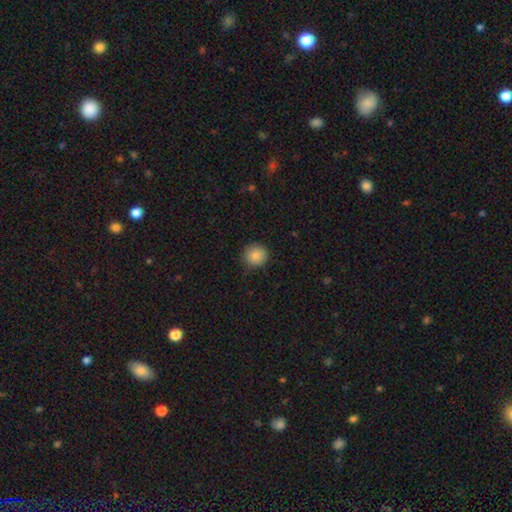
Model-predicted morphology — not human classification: smooth_or_featured: smooth (p=0.85) [alt: star or artifact p=0.10]
how_rounded: round (p=0.93) [alt: in between p=0.06]
merging: none (p=0.85) [alt: minor disturbance p=0.11]